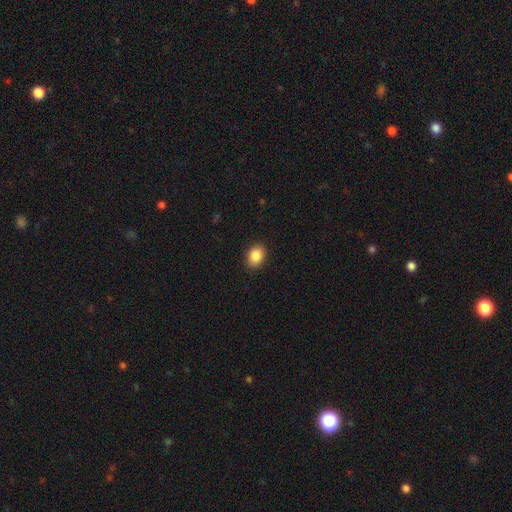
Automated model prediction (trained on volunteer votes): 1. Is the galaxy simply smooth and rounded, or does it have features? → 88% smooth, 8% star or artifact, 4% featured or disk.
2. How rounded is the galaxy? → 71% in between, 28% round, 1% cigar-shaped.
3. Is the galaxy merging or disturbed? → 89% none, 8% minor disturbance, 2% major disturbance, 1% merger.